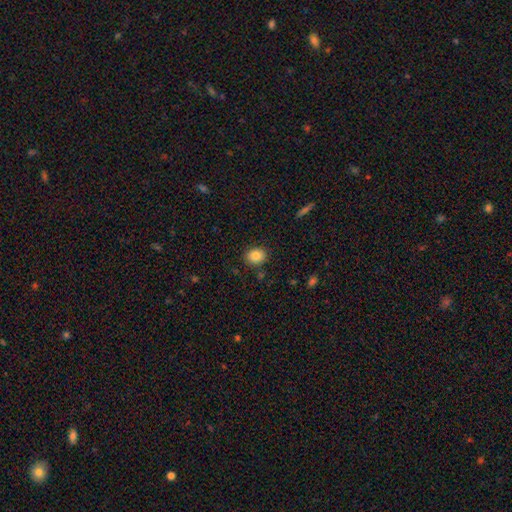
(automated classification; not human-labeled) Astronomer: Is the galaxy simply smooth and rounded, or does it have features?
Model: smooth — 85%.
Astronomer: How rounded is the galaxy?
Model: round — 53% (runner-up: in between, 46%).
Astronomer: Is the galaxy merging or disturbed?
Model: none — 86%.